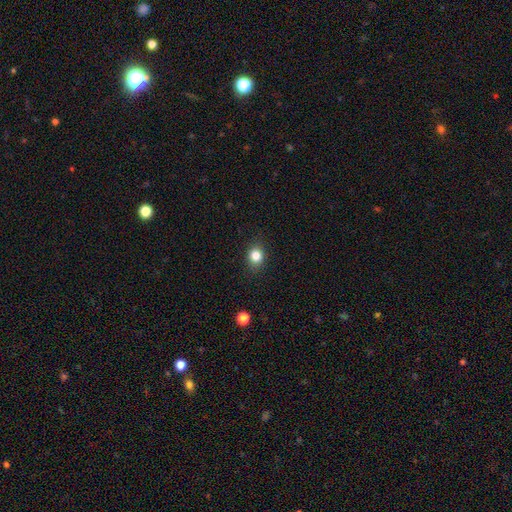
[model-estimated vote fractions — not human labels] A smooth galaxy with no disk features (83%) that is round (67%).

Vote fractions:
- Smooth or featured? smooth: 83% / star or artifact: 11% / featured or disk: 6%
- How rounded? round: 67% / in between: 32% / cigar-shaped: 1%
- Merging? none: 87% / minor disturbance: 9% / major disturbance: 3% / merger: 1%